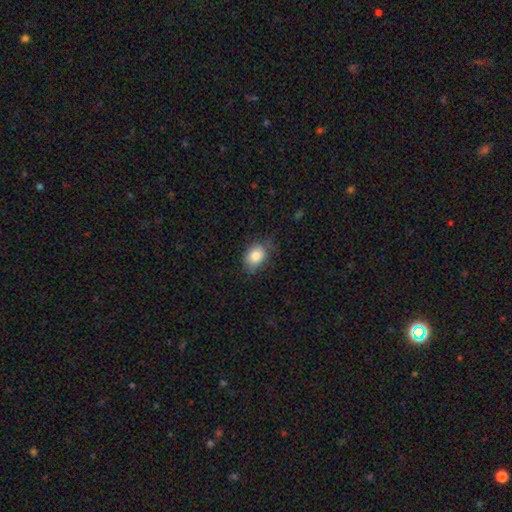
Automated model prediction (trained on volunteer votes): Q: Smooth or featured?
A: smooth (84%); runner-up: star or artifact (8%)
Q: How rounded?
A: in between (70%); runner-up: round (29%)
Q: Merging?
A: none (66%); runner-up: minor disturbance (27%)